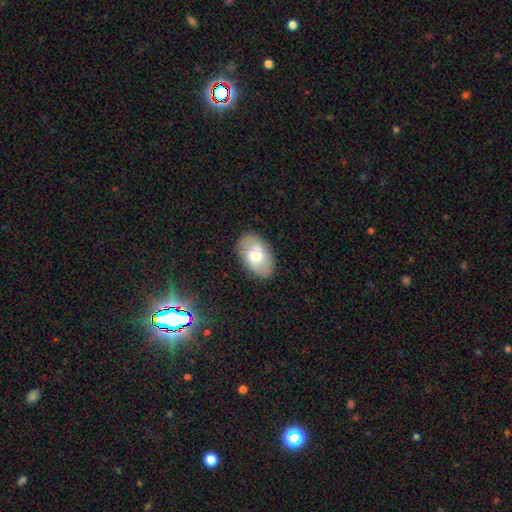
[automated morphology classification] This appears to be a smooth galaxy with no disk features (53%) that is in between round and cigar-shaped (91%). Merging: none (85%).